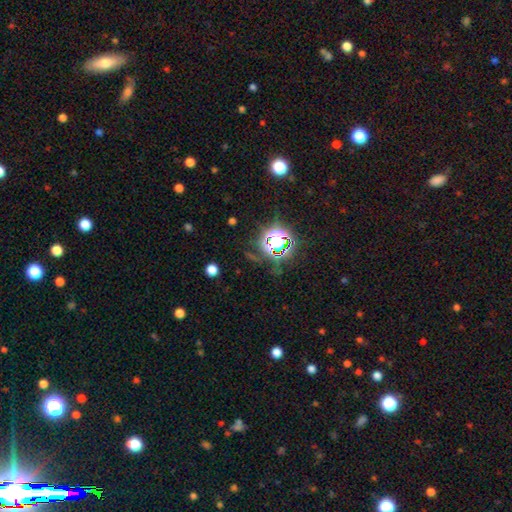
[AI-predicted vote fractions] smooth-or-featured: star or artifact: 76% | smooth: 15% | featured or disk: 8%